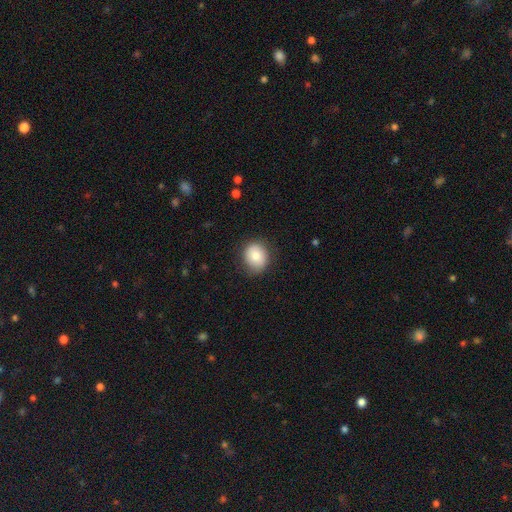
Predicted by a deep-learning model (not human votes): Smooth or featured? smooth (79%)
How rounded? round (69%)
Merging? none (81%)